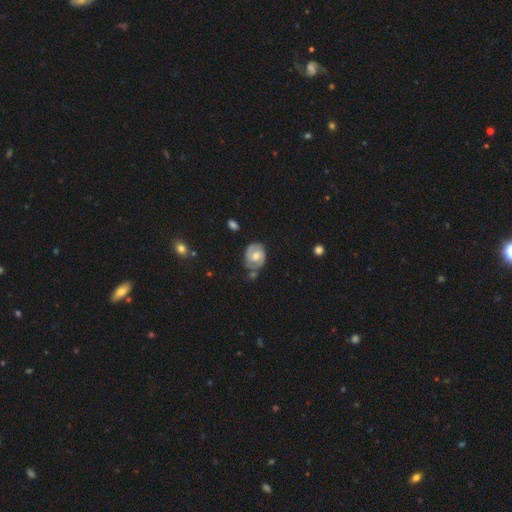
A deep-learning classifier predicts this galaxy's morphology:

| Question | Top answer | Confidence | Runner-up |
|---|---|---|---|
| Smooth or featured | featured or disk | 71% | smooth (23%) |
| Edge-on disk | no | 97% | yes (3%) |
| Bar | no | 54% | weak (38%) |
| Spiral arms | yes | 88% | no (12%) |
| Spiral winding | tight | 53% | medium (37%) |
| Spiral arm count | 2 | 80% | can't tell (11%) |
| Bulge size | moderate | 68% | small (19%) |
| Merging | none | 63% | minor disturbance (22%) |